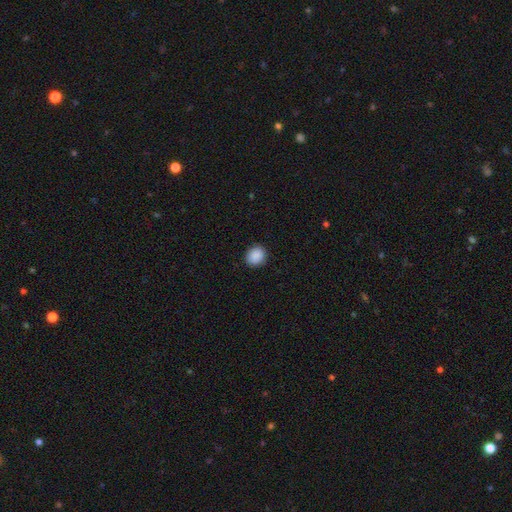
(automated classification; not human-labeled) This is clearly a smooth galaxy (90%). How rounded: likely round (72%). Merging: clearly none (89%).